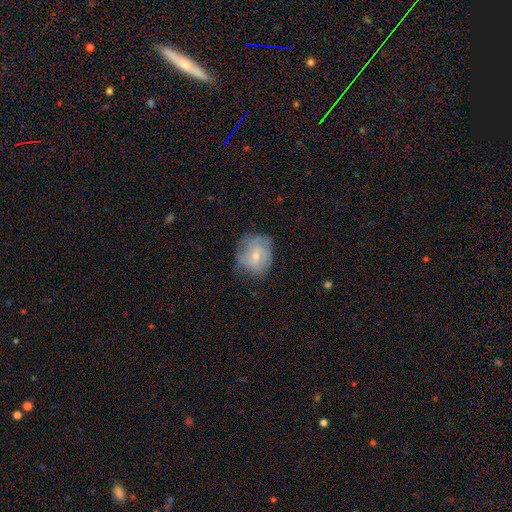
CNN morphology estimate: smooth-or-featured: featured or disk: 57% | smooth: 35% | star or artifact: 7%
  disk-edge-on: no: 97% | yes: 3%
    bar: no: 52% | weak: 41% | strong: 7%
    has-spiral-arms: yes: 81% | no: 19%
    bulge-size: small: 58% | moderate: 37% | none: 3% | large: 1% | dominant: 1%
  merging: none: 65% | minor disturbance: 25% | major disturbance: 9% | merger: 1%